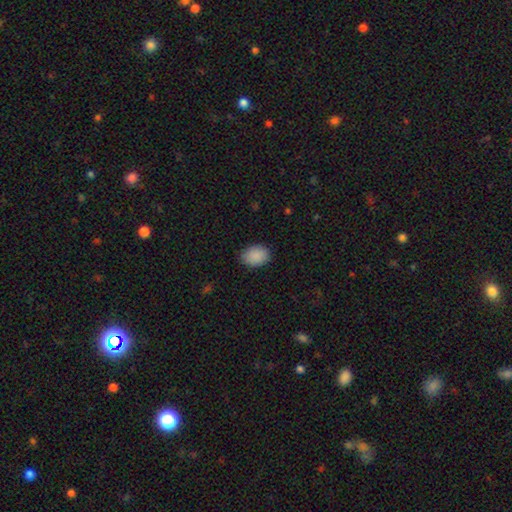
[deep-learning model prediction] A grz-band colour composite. It shows a smooth galaxy with no disk features (90%) that is in between round and cigar-shaped (72%). Merging: none (85%).